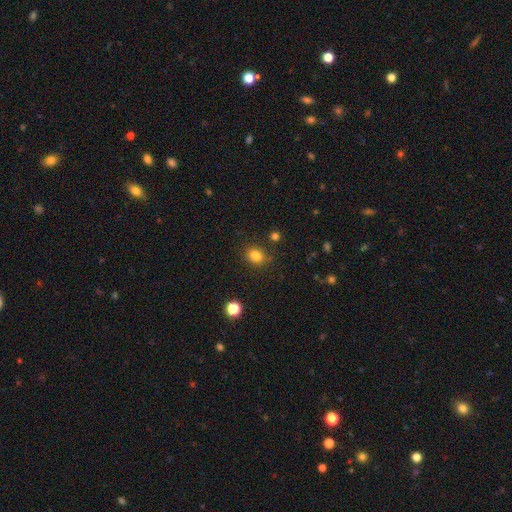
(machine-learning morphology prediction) A smooth galaxy with no disk features (82%) that is round (62%).

Vote fractions:
- Smooth or featured? smooth: 82% / star or artifact: 13% / featured or disk: 5%
- How rounded? round: 62% / in between: 37% / cigar-shaped: 1%
- Merging? none: 84% / minor disturbance: 10% / major disturbance: 3% / merger: 3%